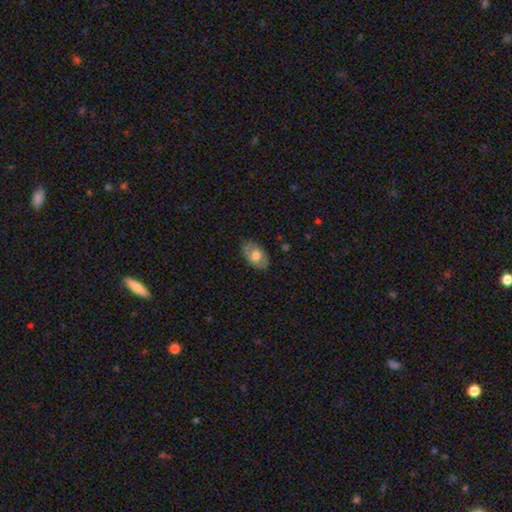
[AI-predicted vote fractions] Morphology: type=smooth (56%); roundness=in between (88%); merging=none (81%).